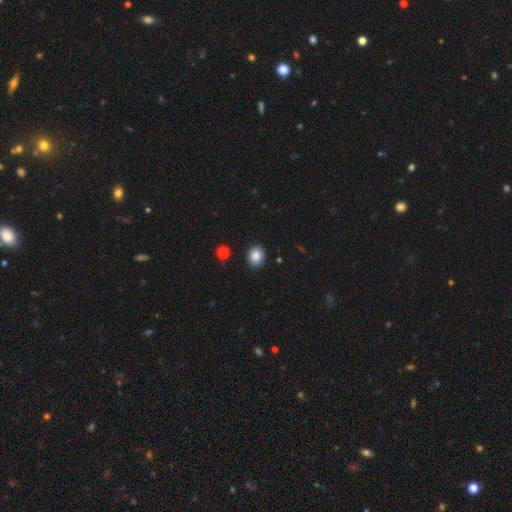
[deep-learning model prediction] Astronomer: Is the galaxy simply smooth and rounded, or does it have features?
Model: smooth — 87%.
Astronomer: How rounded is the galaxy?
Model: round — 65%.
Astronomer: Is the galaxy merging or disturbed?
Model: none — 89%.